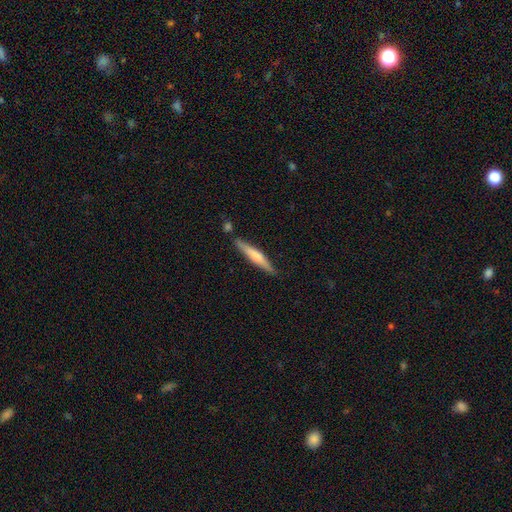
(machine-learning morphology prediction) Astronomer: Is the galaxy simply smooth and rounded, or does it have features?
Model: smooth — 56% (runner-up: featured or disk, 39%).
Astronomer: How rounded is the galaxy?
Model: cigar-shaped — 92%.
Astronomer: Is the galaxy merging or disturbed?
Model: none — 81%.